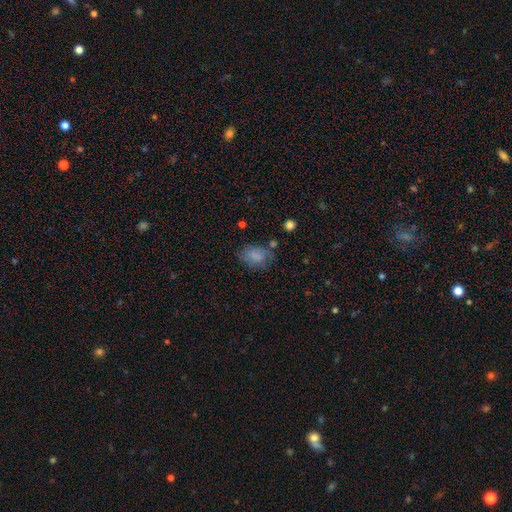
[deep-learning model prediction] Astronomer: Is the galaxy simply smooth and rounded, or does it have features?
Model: smooth — 78%.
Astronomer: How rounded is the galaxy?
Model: in between — 78%.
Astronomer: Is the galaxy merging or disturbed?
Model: none — 62%.